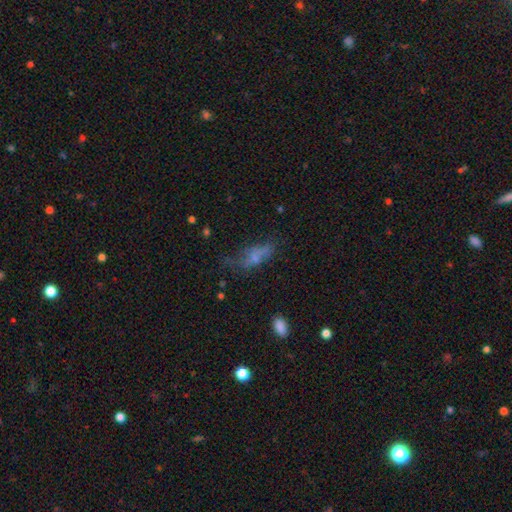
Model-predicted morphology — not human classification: Smooth or featured? smooth (53%)
How rounded? in between (67%)
Merging? none (40%)